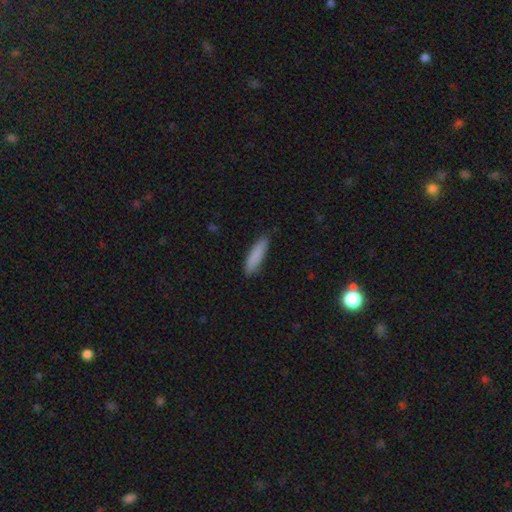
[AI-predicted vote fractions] smooth-or-featured: smooth: 87% | featured or disk: 7% | star or artifact: 6%
  how-rounded: cigar-shaped: 72% | in between: 27% | round: 1%
  merging: none: 84% | minor disturbance: 13% | major disturbance: 2% | merger: 1%